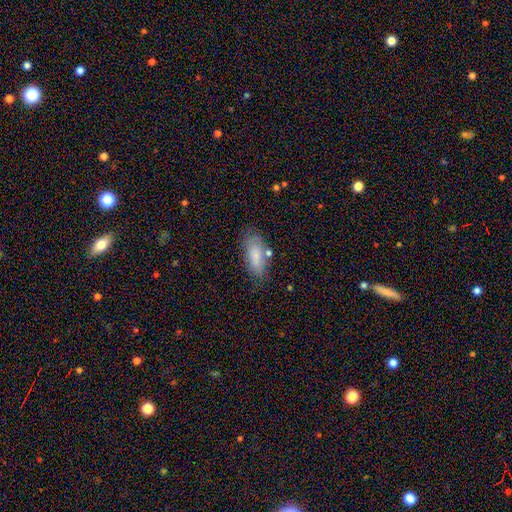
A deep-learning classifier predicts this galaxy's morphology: Smooth or featured?
  - smooth: 79% *
  - featured or disk: 14%
  - star or artifact: 7%
How rounded?
  - in between: 82% *
  - cigar-shaped: 16%
  - round: 2%
Merging?
  - none: 71% *
  - minor disturbance: 18%
  - merger: 6%
  - major disturbance: 5%